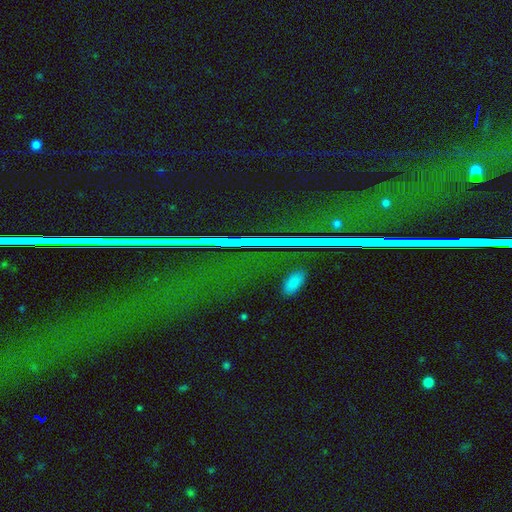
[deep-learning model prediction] A star or artifact, not a galaxy (86%).